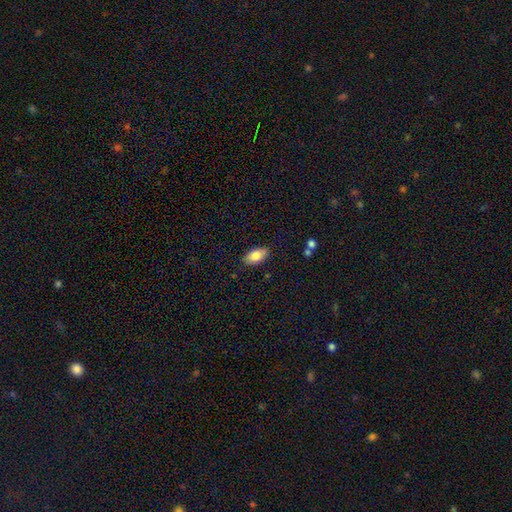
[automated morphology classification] A smooth galaxy with no disk features (80%) that is in between round and cigar-shaped (92%). Merging: none (84%).